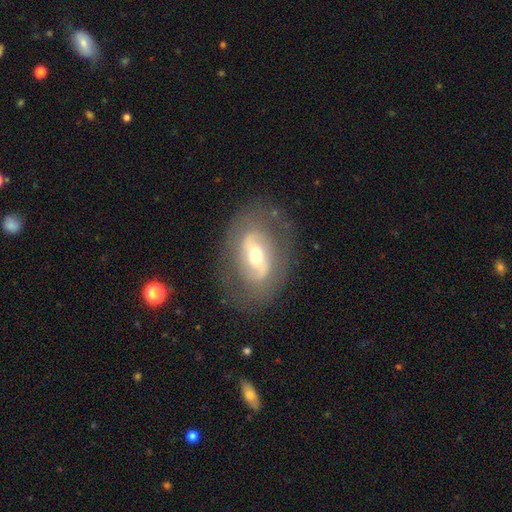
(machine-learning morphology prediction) type=featured or disk (73%); edge-on=no (93%); bar=strong (42%); spiral arms=yes (64%); bulge=moderate (59%); merging=none (76%).